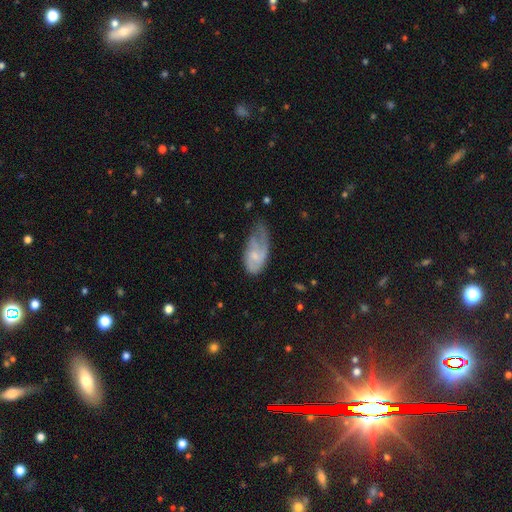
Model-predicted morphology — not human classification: Overall: featured or disk (52%; smooth 41%). Edge-on disk: no (94%). Merging: minor disturbance (36%; major disturbance 32%).